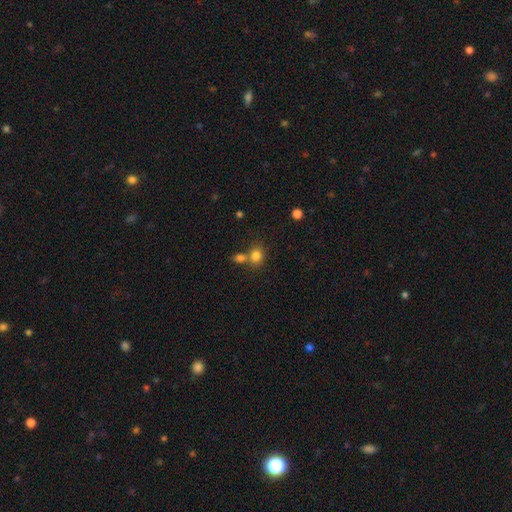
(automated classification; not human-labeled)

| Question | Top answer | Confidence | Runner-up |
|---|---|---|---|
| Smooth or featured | smooth | 82% | star or artifact (12%) |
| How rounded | round | 61% | in between (38%) |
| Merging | none | 52% | merger (35%) |